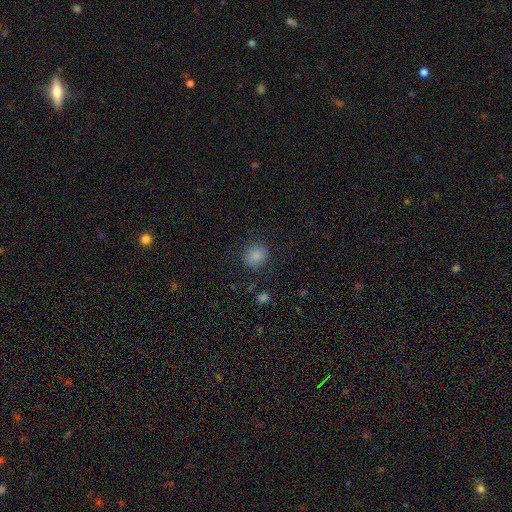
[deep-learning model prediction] A smooth galaxy with no disk features (84%) that is round (78%). Merging: none (83%).